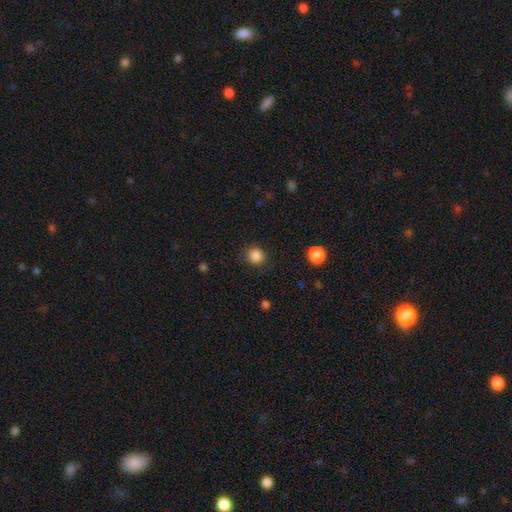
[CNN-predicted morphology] Smooth or featured? Predicted: smooth (p=0.86). How rounded? Predicted: round (p=0.91). Merging? Predicted: none (p=0.88).